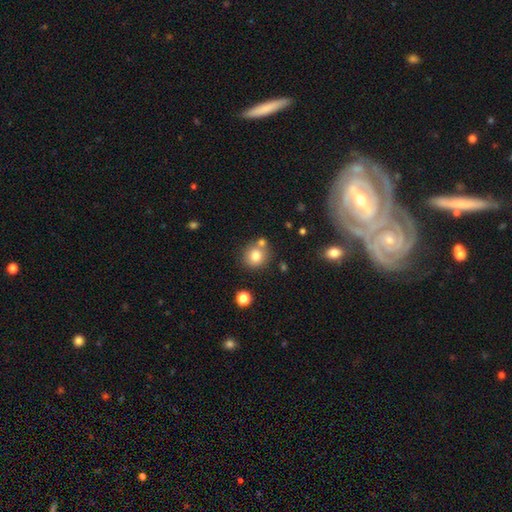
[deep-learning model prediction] Morphology: type=smooth (78%); roundness=round (87%); merging=none (69%).